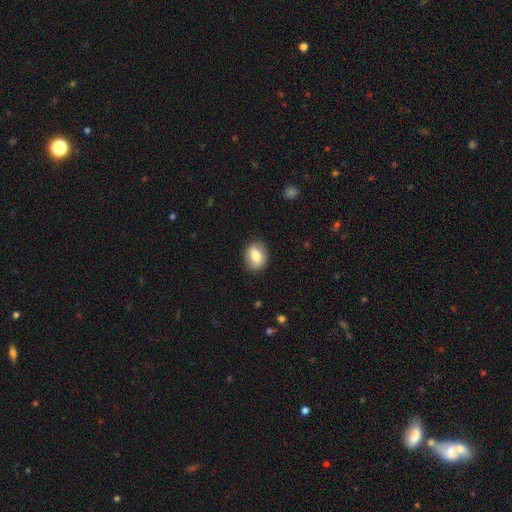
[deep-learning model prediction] A smooth galaxy with no disk features (77%) that is in between round and cigar-shaped (59%). Merging: none (86%).